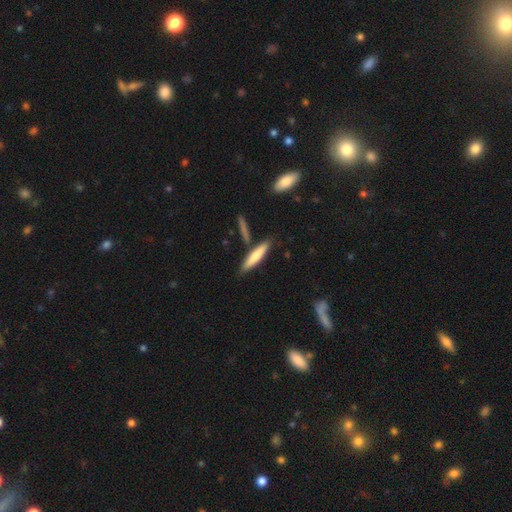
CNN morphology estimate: A smooth galaxy with no disk features (71%) that is cigar-shaped (82%). Merging: none (78%).